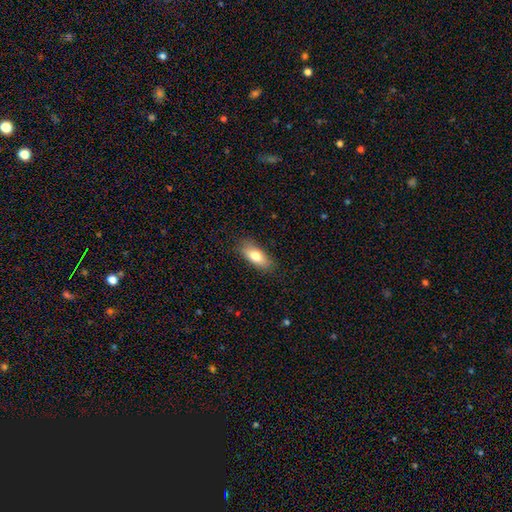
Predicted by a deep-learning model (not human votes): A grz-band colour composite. It shows a smooth galaxy with no disk features (77%) that is in between round and cigar-shaped (79%). Merging: none (84%).